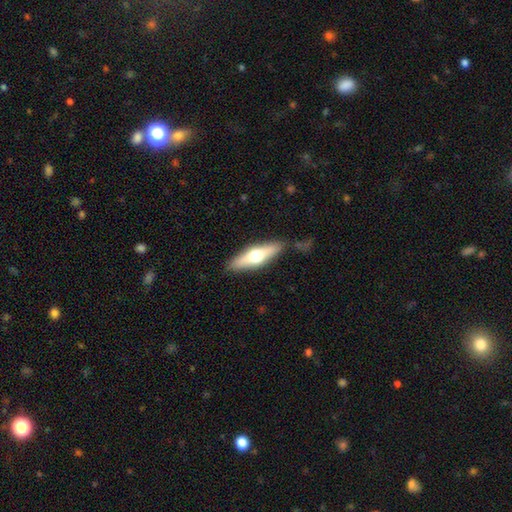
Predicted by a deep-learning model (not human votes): Overall: smooth (49%; featured or disk 45%). Merging: none (84%).